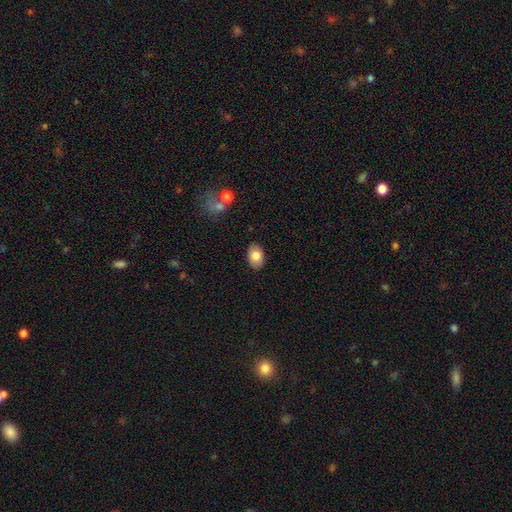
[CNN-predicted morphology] Smooth or featured? Predicted: smooth (p=0.79). How rounded? Predicted: in between (p=0.86). Merging? Predicted: none (p=0.87).